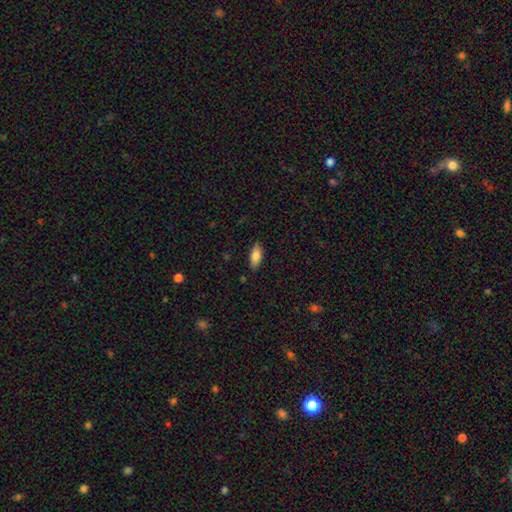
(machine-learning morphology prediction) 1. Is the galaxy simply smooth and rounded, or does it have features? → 82% smooth, 12% featured or disk, 7% star or artifact.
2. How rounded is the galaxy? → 80% in between, 17% cigar-shaped, 2% round.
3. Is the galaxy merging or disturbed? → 85% none, 11% minor disturbance, 2% major disturbance, 1% merger.